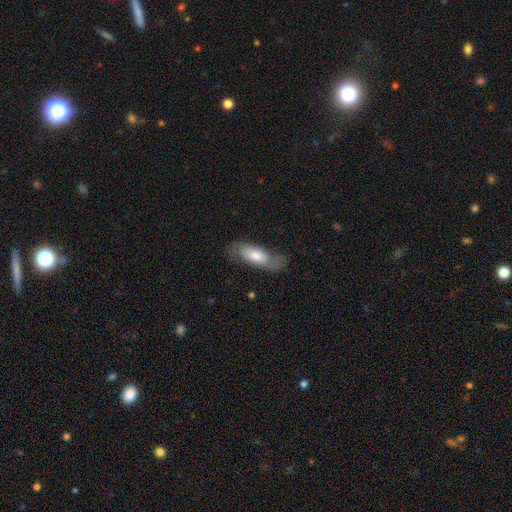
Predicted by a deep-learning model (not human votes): Smooth or featured?
  - smooth: 58% *
  - featured or disk: 35%
  - star or artifact: 6%
How rounded?
  - in between: 70% *
  - cigar-shaped: 28%
  - round: 3%
Merging?
  - none: 70% *
  - minor disturbance: 20%
  - major disturbance: 8%
  - merger: 2%